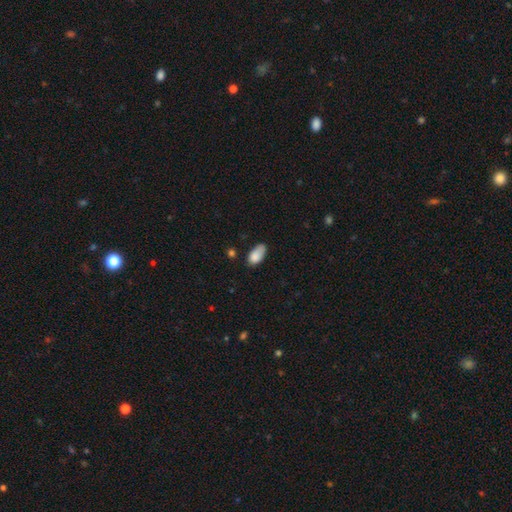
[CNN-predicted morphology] Smooth or featured?
  - smooth: 84% *
  - featured or disk: 8%
  - star or artifact: 8%
How rounded?
  - in between: 93% *
  - round: 4%
  - cigar-shaped: 3%
Merging?
  - none: 50% *
  - minor disturbance: 35%
  - major disturbance: 10%
  - merger: 5%